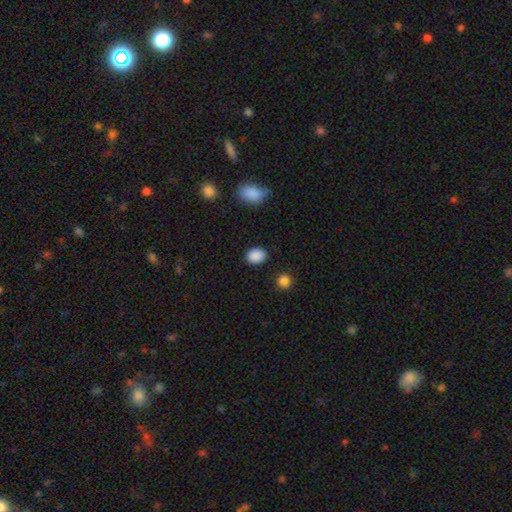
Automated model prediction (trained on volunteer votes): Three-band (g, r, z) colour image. It shows a smooth galaxy with no disk features (88%) that is in between round and cigar-shaped (59%). Merging: none (86%).